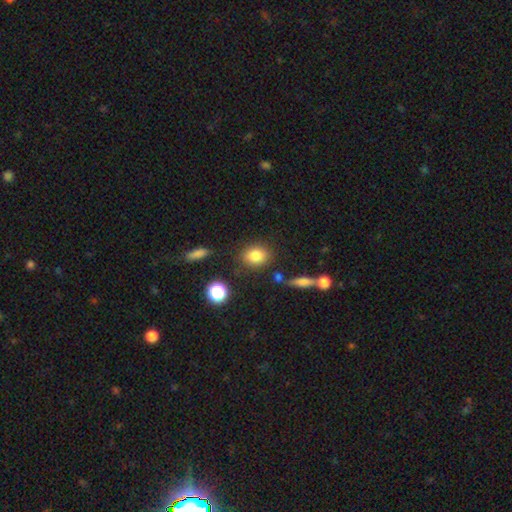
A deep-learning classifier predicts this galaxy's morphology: smooth_or_featured: smooth (p=0.82) [alt: star or artifact p=0.11]
how_rounded: round (p=0.50) [alt: in between p=0.49]
merging: none (p=0.80) [alt: minor disturbance p=0.11]